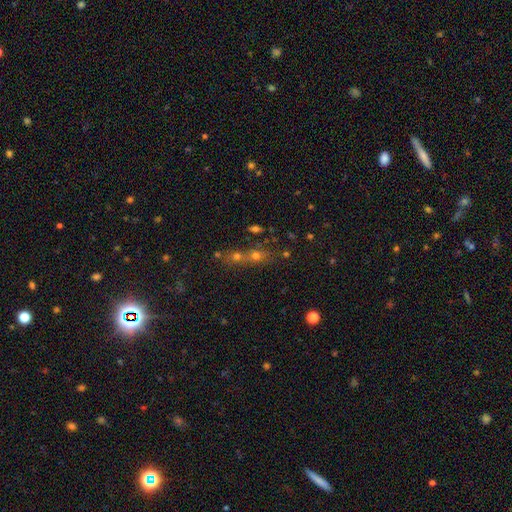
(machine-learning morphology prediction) The model was most divided on "smooth or featured": smooth: 47%, star or artifact: 32%, featured or disk: 21%. More confident: merging — merger (52%).